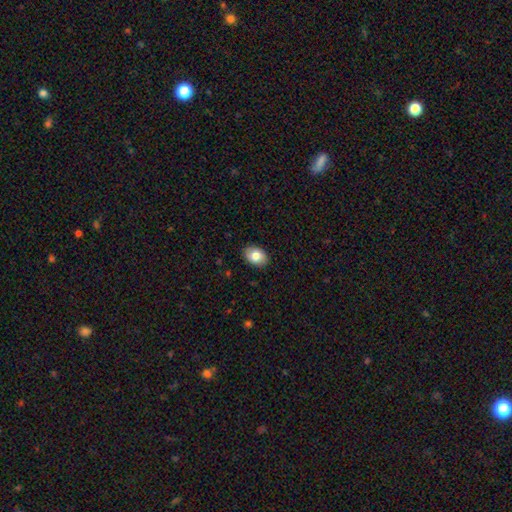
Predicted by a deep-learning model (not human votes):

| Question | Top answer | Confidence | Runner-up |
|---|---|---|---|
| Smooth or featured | smooth | 80% | featured or disk (12%) |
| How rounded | in between | 78% | round (21%) |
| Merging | none | 89% | minor disturbance (9%) |